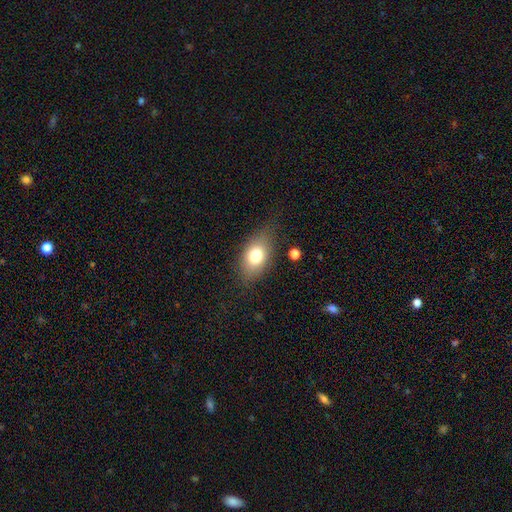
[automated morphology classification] Smooth or featured?
  - smooth: 75% *
  - featured or disk: 16%
  - star or artifact: 9%
How rounded?
  - in between: 84% *
  - round: 13%
  - cigar-shaped: 3%
Merging?
  - none: 75% *
  - minor disturbance: 18%
  - major disturbance: 5%
  - merger: 2%